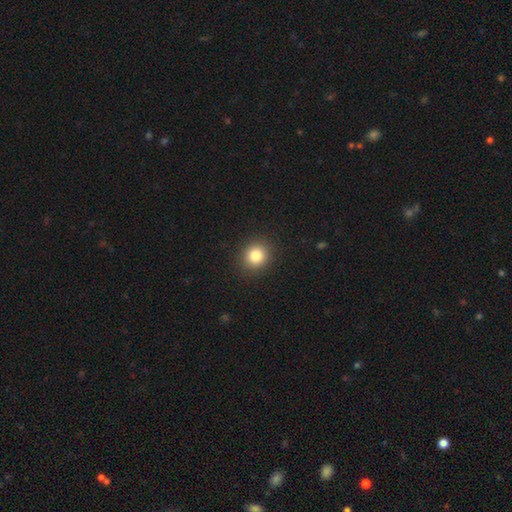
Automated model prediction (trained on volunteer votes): Smooth or featured? Predicted: smooth (p=0.83). How rounded? Predicted: round (p=0.85). Merging? Predicted: none (p=0.91).